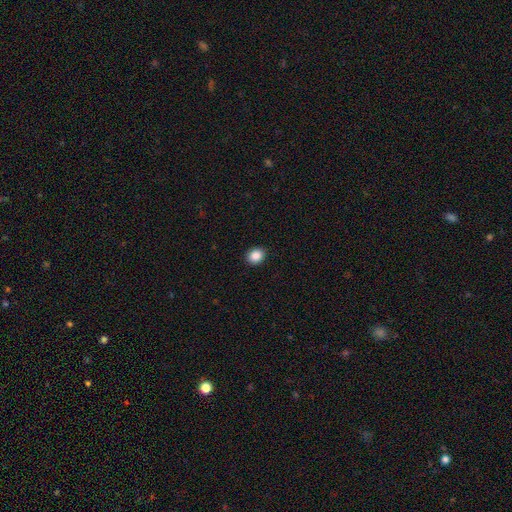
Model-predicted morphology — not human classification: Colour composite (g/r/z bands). It shows a smooth galaxy with no disk features (88%) that is round (62%). Merging: none (91%).